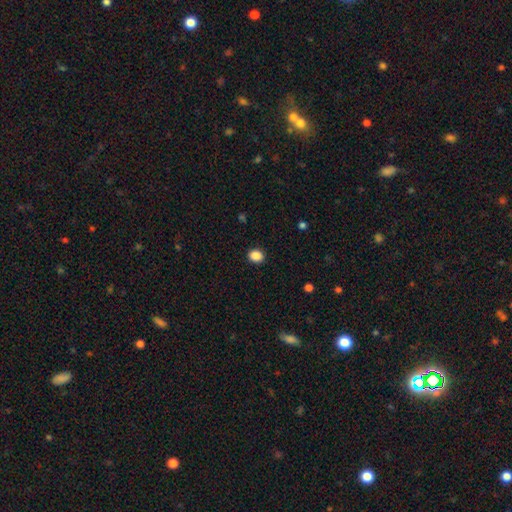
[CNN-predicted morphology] Smooth or featured: smooth — 88% (star or artifact — 10%)
How rounded: round — 63% (in between — 37%)
Merging: none — 90% (minor disturbance — 7%)